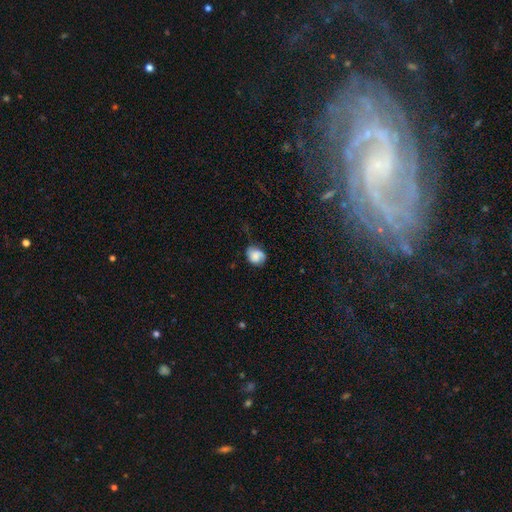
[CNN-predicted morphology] smooth 67%, featured or disk 24%, star or artifact 9%. Down the decision tree: how rounded — round (53%); merging — none (49%).